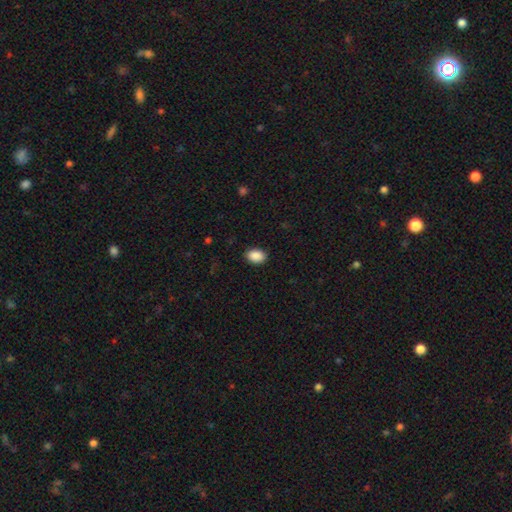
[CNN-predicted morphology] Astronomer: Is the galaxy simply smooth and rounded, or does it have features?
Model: smooth — 90%.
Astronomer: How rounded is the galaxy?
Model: in between — 83%.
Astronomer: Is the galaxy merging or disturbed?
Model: none — 89%.